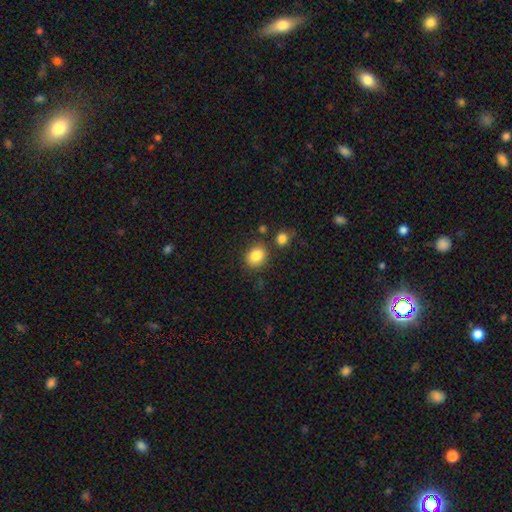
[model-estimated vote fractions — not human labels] Overall: smooth (84%). How rounded: round (56%; in between 43%). Merging: none (77%).